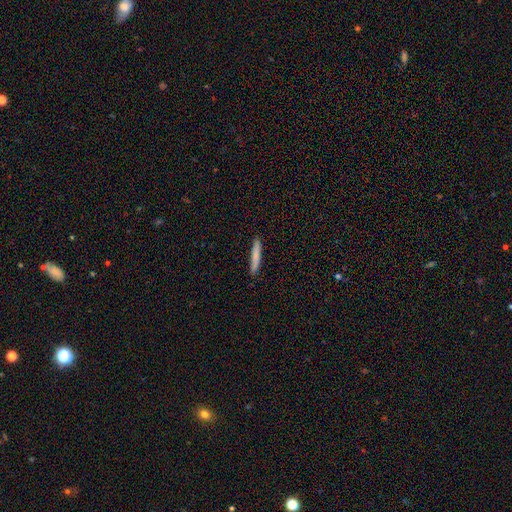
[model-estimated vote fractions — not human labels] The model was most divided on "smooth or featured": smooth: 79%, featured or disk: 15%, star or artifact: 6%. More confident: how rounded — cigar-shaped (95%); merging — none (90%).